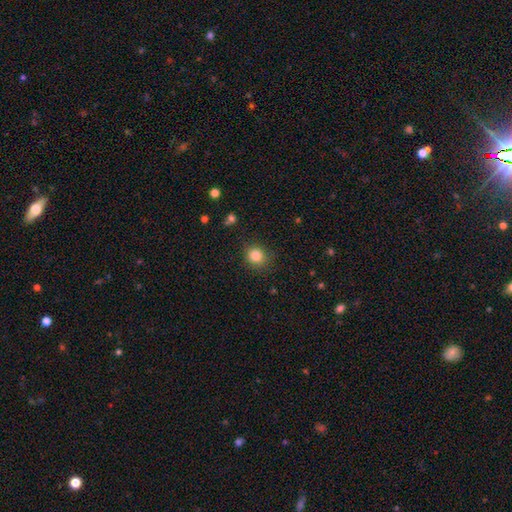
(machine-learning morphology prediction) smooth 83%, star or artifact 12%, featured or disk 5%. Down the decision tree: how rounded — round (83%); merging — none (84%).